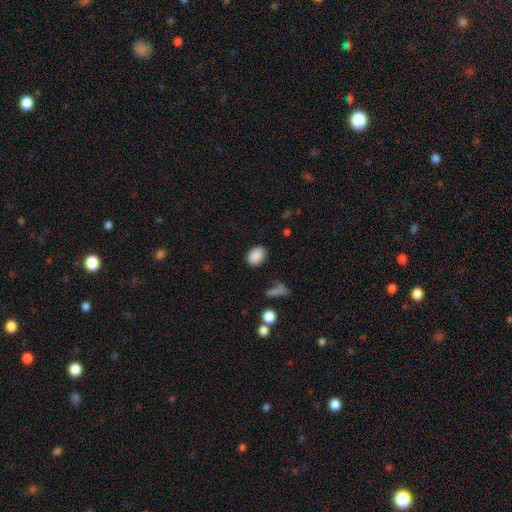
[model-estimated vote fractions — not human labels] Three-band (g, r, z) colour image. It shows a smooth galaxy with no disk features (87%) that is in between round and cigar-shaped (75%). Merging: none (84%).